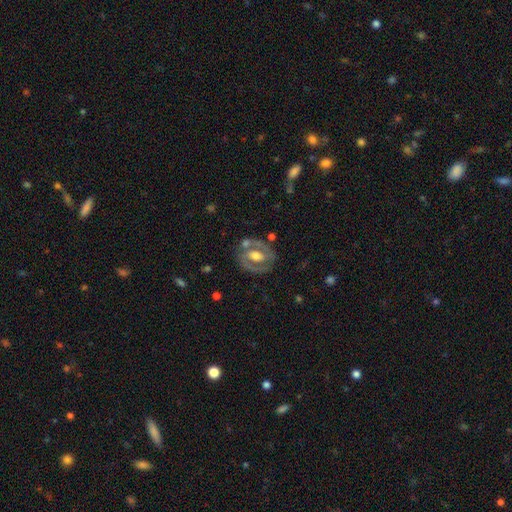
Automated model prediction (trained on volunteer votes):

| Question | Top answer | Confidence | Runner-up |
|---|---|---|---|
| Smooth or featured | featured or disk | 72% | smooth (23%) |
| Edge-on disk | no | 95% | yes (5%) |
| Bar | no | 38% | weak (36%) |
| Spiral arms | yes | 58% | no (42%) |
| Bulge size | moderate | 64% | large (20%) |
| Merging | none | 69% | minor disturbance (17%) |